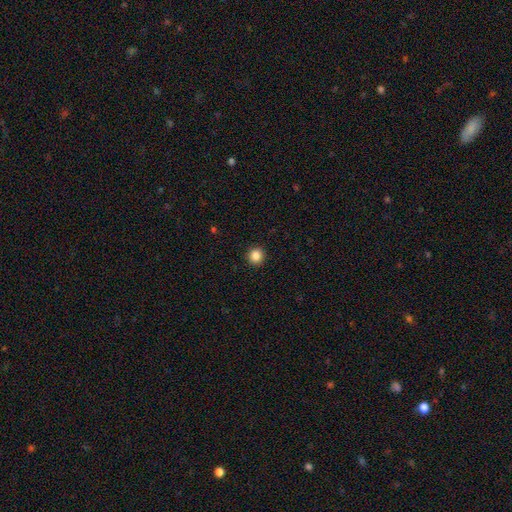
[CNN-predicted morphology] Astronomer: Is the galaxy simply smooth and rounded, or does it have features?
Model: smooth — 85%.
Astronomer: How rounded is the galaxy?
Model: round — 92%.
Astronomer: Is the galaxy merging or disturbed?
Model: none — 93%.